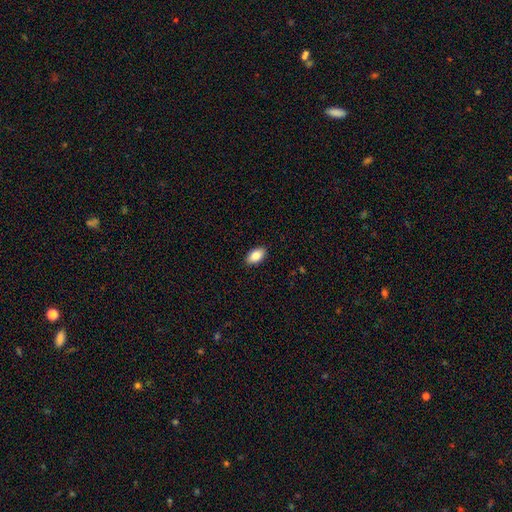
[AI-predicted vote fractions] A smooth galaxy with no disk features (86%) that is in between round and cigar-shaped (93%).

Vote fractions:
- Smooth or featured? smooth: 86% / featured or disk: 7% / star or artifact: 7%
- How rounded? in between: 93% / round: 5% / cigar-shaped: 2%
- Merging? none: 90% / minor disturbance: 7% / major disturbance: 2% / merger: 1%